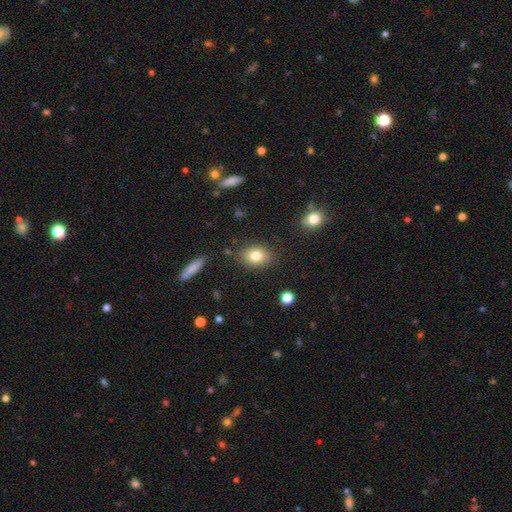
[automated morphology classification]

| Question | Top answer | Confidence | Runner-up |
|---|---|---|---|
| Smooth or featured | smooth | 81% | featured or disk (10%) |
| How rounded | in between | 65% | round (33%) |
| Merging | none | 83% | minor disturbance (11%) |